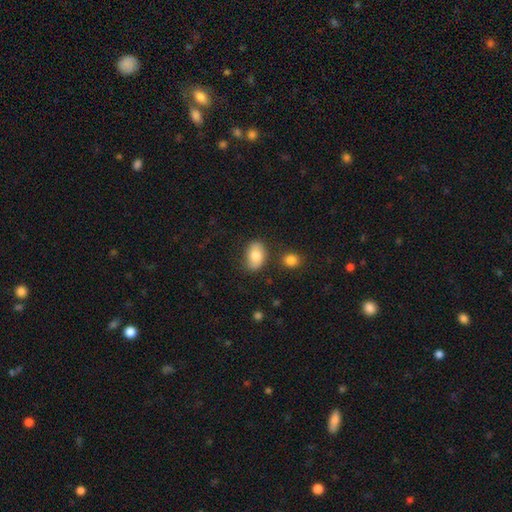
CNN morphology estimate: A smooth galaxy with no disk features (78%) that is in between round and cigar-shaped (85%).

Vote fractions:
- Smooth or featured? smooth: 78% / featured or disk: 14% / star or artifact: 7%
- How rounded? in between: 85% / round: 14% / cigar-shaped: 1%
- Merging? none: 77% / minor disturbance: 14% / merger: 5% / major disturbance: 3%